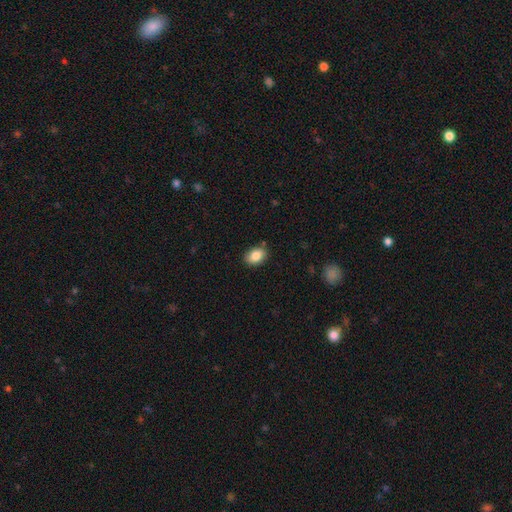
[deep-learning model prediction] Smooth or featured? smooth (85%)
How rounded? in between (77%)
Merging? none (85%)